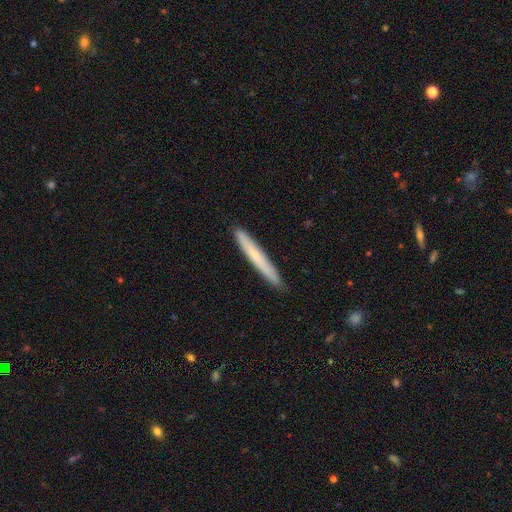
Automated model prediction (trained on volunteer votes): A smooth galaxy with no disk features (59%) that is cigar-shaped (97%).

Vote fractions:
- Smooth or featured? smooth: 59% / featured or disk: 35% / star or artifact: 6%
- How rounded? cigar-shaped: 97% / in between: 2% / round: 1%
- Merging? none: 91% / minor disturbance: 7% / major disturbance: 1% / merger: 1%